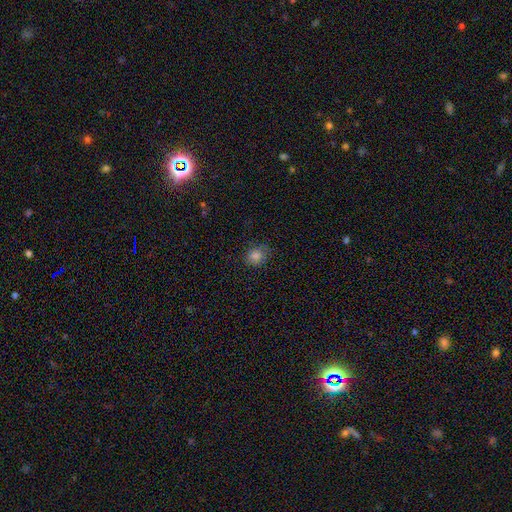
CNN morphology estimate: smooth 80%, star or artifact 14%, featured or disk 6%. Down the decision tree: how rounded — round (75%); merging — none (77%).